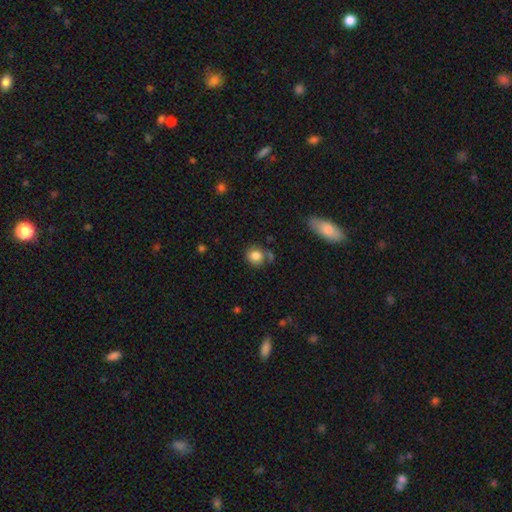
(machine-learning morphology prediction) Smooth or featured? Predicted: smooth (p=0.83). How rounded? Predicted: round (p=0.78). Merging? Predicted: none (p=0.66).